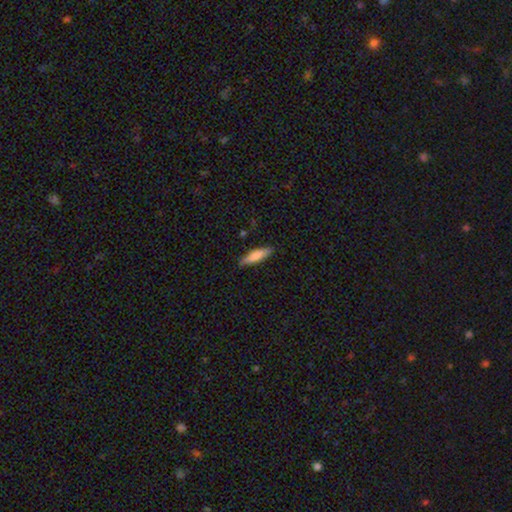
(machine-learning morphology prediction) Overall: smooth (77%). How rounded: cigar-shaped (72%). Merging: none (86%).